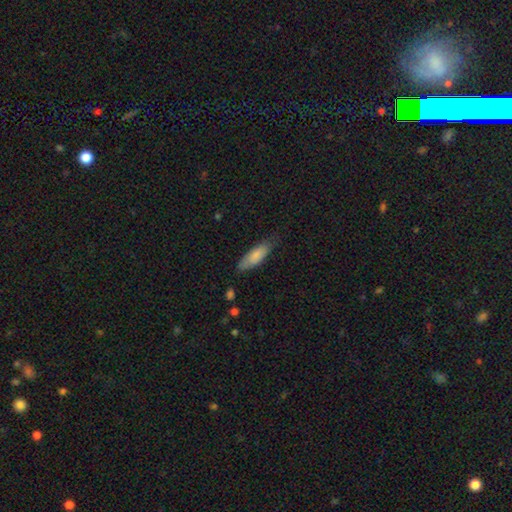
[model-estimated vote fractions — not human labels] The model was most divided on "how rounded": in between: 59%, cigar-shaped: 39%, round: 2%. More confident: smooth or featured — smooth (82%); merging — none (72%).